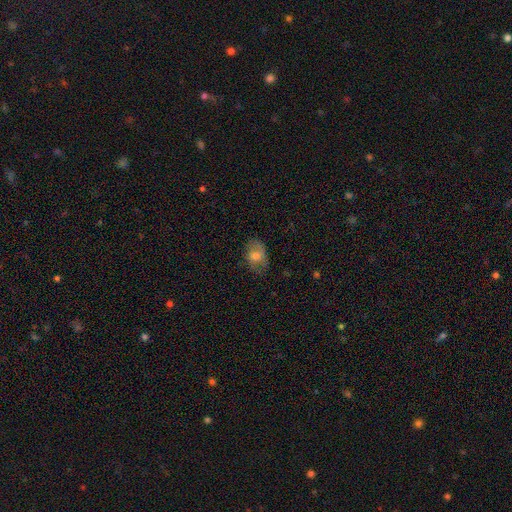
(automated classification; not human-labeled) Q: Smooth or featured?
A: smooth (64%); runner-up: featured or disk (26%)
Q: How rounded?
A: in between (75%); runner-up: round (24%)
Q: Merging?
A: none (65%); runner-up: minor disturbance (25%)